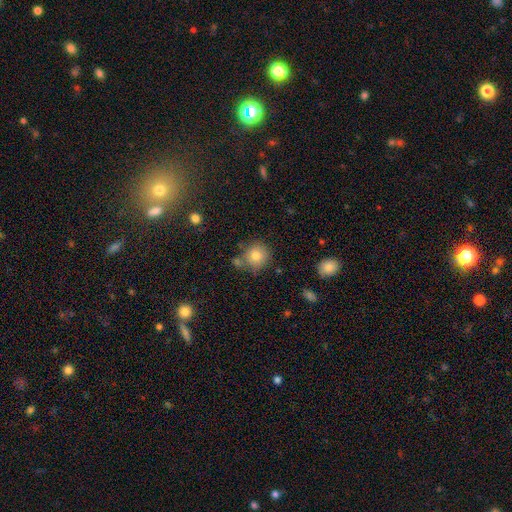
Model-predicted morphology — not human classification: Smooth or featured: smooth — 81% (star or artifact — 10%)
How rounded: round — 89% (in between — 10%)
Merging: none — 71% (minor disturbance — 13%)